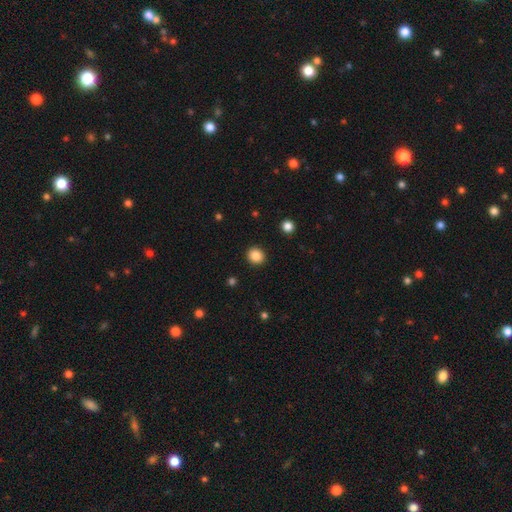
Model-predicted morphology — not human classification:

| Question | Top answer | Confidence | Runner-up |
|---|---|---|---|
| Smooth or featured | smooth | 87% | star or artifact (10%) |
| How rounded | round | 80% | in between (19%) |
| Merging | none | 92% | minor disturbance (5%) |